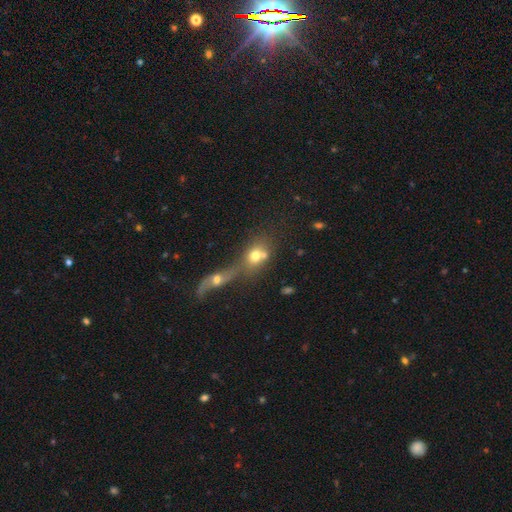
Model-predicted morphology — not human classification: Q: Smooth or featured?
A: smooth (66%); runner-up: featured or disk (21%)
Q: How rounded?
A: round (54%); runner-up: in between (43%)
Q: Merging?
A: merger (59%); runner-up: none (25%)